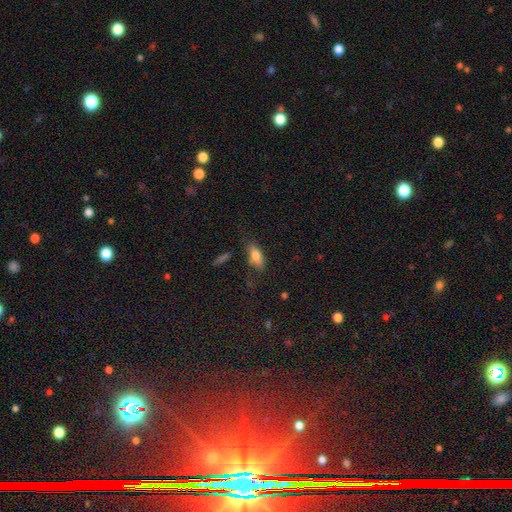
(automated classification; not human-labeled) A smooth galaxy with no disk features (76%) that is in between round and cigar-shaped (76%).

Vote fractions:
- Smooth or featured? smooth: 76% / featured or disk: 16% / star or artifact: 9%
- How rounded? in between: 76% / cigar-shaped: 21% / round: 3%
- Merging? none: 70% / minor disturbance: 20% / major disturbance: 6% / merger: 4%